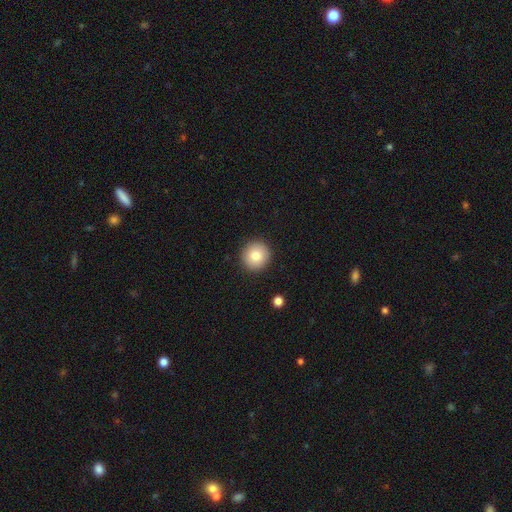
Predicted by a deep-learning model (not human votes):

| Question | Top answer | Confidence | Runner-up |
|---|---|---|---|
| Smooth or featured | smooth | 81% | featured or disk (10%) |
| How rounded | round | 94% | in between (5%) |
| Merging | none | 91% | minor disturbance (6%) |